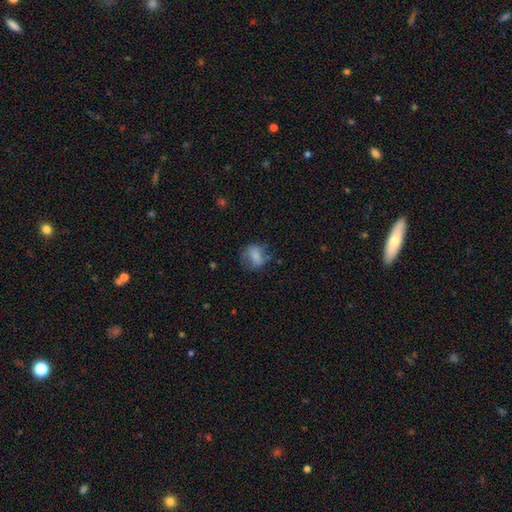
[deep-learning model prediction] smooth-or-featured: smooth: 66% | featured or disk: 24% | star or artifact: 9%
  how-rounded: in between: 51% | round: 47% | cigar-shaped: 2%
  merging: none: 54% | minor disturbance: 26% | major disturbance: 17% | merger: 2%